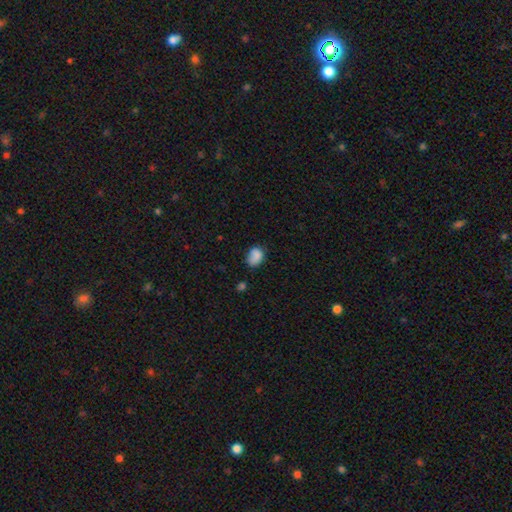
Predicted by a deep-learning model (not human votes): Smooth or featured?
  - smooth: 83% *
  - star or artifact: 10%
  - featured or disk: 8%
How rounded?
  - in between: 72% *
  - round: 27%
  - cigar-shaped: 1%
Merging?
  - none: 57% *
  - minor disturbance: 30%
  - major disturbance: 9%
  - merger: 4%